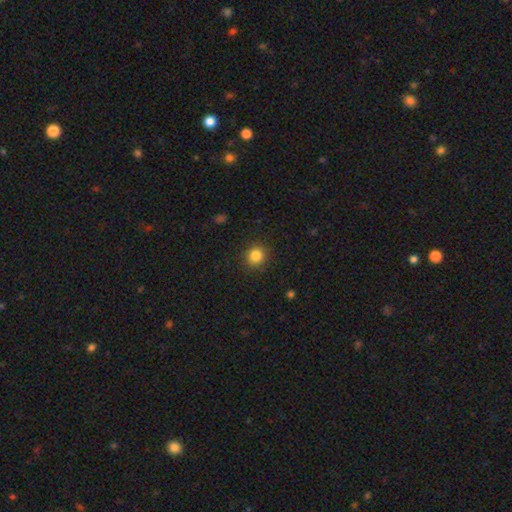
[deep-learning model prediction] This is clearly a smooth galaxy (84%). How rounded: clearly round (86%). Merging: clearly none (89%).